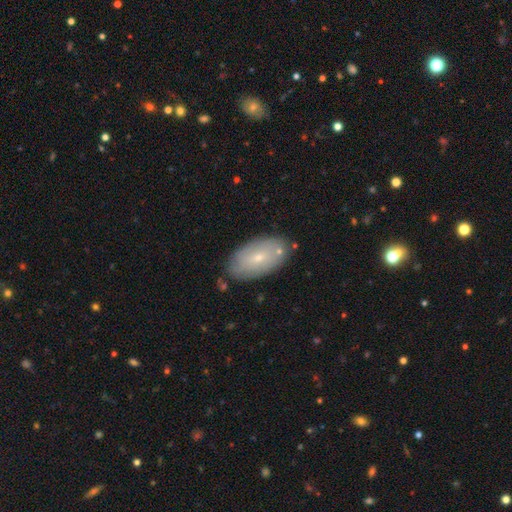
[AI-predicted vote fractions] The model was most divided on "smooth or featured": featured or disk: 45%, smooth: 40%, star or artifact: 15%. More confident: merging — none (82%).